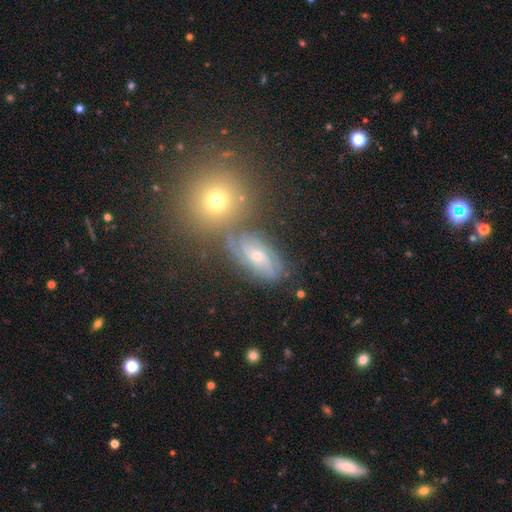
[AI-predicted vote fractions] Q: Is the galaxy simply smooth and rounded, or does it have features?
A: featured or disk — 65%.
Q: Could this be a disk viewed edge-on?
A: no — 94%.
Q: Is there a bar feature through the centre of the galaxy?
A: no — 57%.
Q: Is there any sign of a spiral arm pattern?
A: yes — 91%.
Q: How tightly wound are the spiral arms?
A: tight — 55%.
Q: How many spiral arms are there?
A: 2 — 37%.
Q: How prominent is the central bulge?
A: small — 58%.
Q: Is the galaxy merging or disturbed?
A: none — 68%.